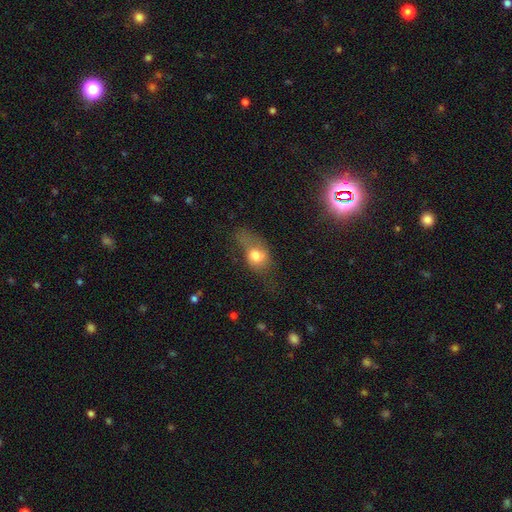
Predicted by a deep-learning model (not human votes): Smooth or featured? Predicted: smooth (p=0.68). How rounded? Predicted: in between (p=0.67). Merging? Predicted: major disturbance (p=0.37).